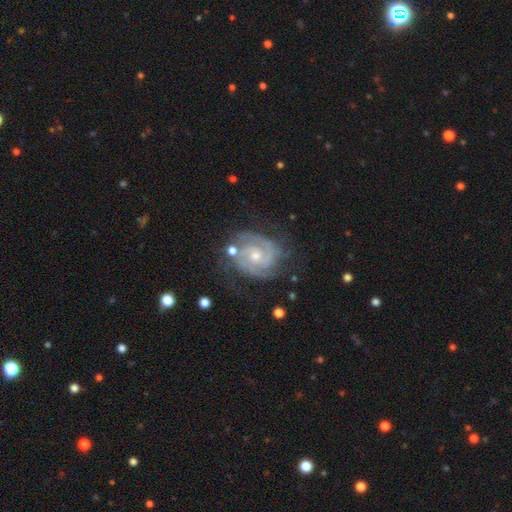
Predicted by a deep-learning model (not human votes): Smooth or featured? Predicted: featured or disk (p=0.90). Edge-on disk? Predicted: no (p=0.98). Bar? Predicted: no (p=0.64). Spiral arms? Predicted: yes (p=0.98). Spiral winding? Predicted: tight (p=0.67). Spiral arm count? Predicted: 2 (p=0.63). Bulge size? Predicted: moderate (p=0.49). Merging? Predicted: none (p=0.72).